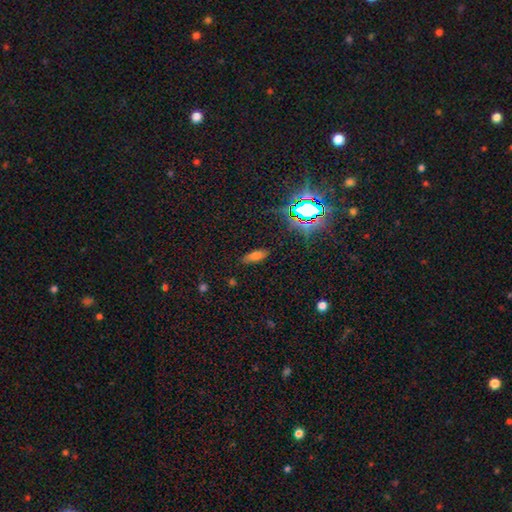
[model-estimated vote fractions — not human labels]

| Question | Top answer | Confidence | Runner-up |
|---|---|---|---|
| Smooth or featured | smooth | 67% | star or artifact (20%) |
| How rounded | in between | 71% | cigar-shaped (25%) |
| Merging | none | 83% | minor disturbance (12%) |